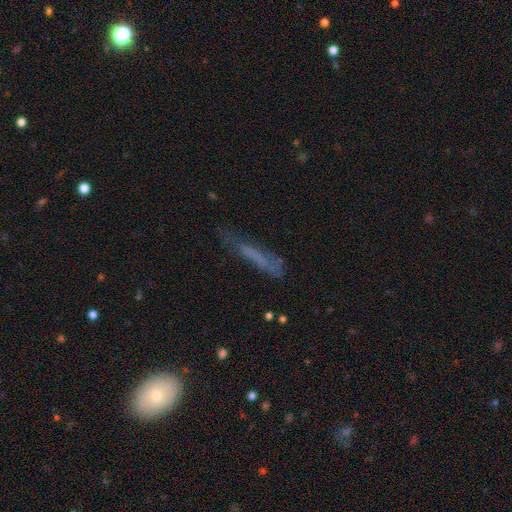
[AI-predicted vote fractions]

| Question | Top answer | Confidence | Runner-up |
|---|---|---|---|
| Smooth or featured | smooth | 43% | featured or disk (38%) |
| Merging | none | 67% | minor disturbance (20%) |